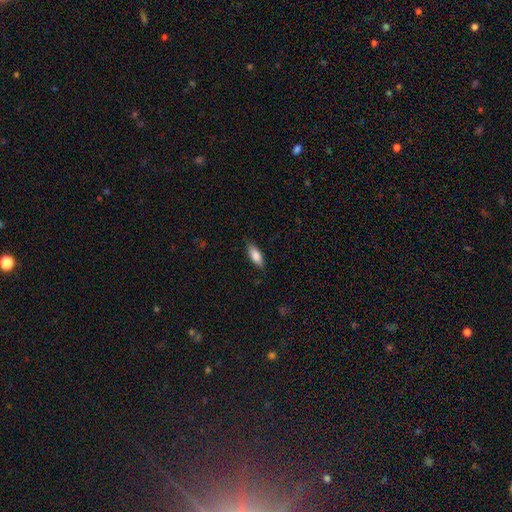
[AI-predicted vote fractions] Overall: smooth (82%). How rounded: in between (70%). Merging: none (85%).